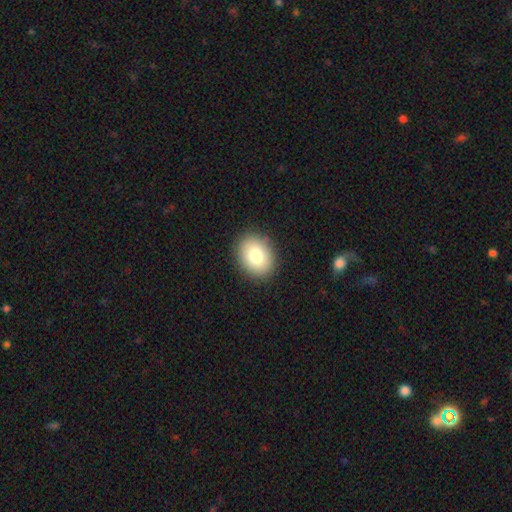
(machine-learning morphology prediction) smooth-or-featured: smooth: 80% | featured or disk: 11% | star or artifact: 9%
  how-rounded: in between: 56% | round: 44% | cigar-shaped: 1%
  merging: none: 89% | minor disturbance: 7% | major disturbance: 2% | merger: 1%